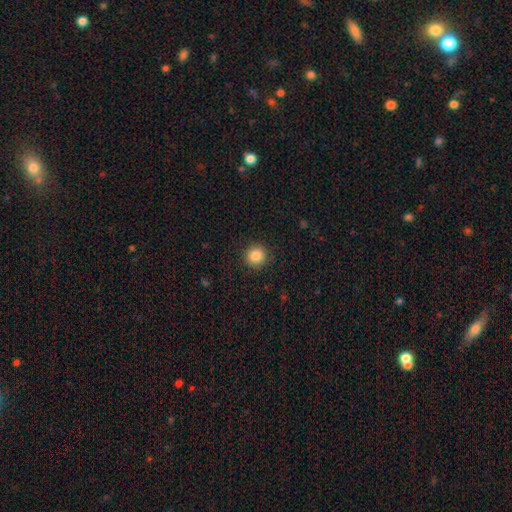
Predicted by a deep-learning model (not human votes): Morphology: type=smooth (85%); roundness=round (92%); merging=none (91%).